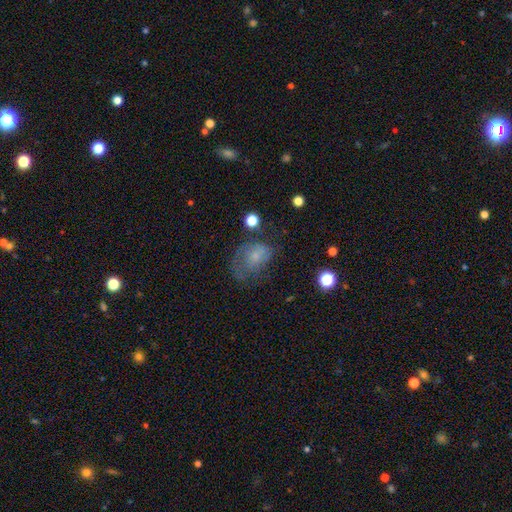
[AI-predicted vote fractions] Q: Smooth or featured?
A: smooth (53%); runner-up: featured or disk (35%)
Q: How rounded?
A: in between (69%); runner-up: round (30%)
Q: Merging?
A: none (37%); runner-up: major disturbance (32%)